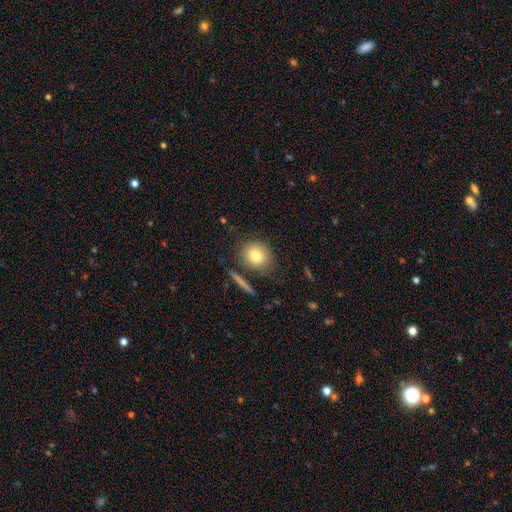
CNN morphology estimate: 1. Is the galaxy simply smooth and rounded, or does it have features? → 80% smooth, 11% featured or disk, 9% star or artifact.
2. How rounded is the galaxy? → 81% round, 17% in between, 2% cigar-shaped.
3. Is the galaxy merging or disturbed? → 78% none, 11% minor disturbance, 7% merger, 4% major disturbance.